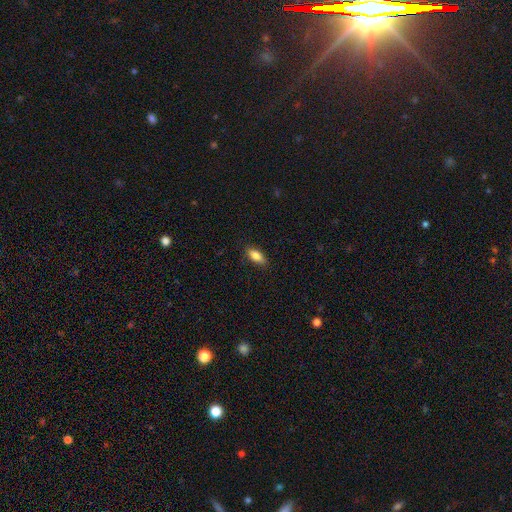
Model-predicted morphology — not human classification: Smooth or featured? smooth (80%)
How rounded? in between (77%)
Merging? none (85%)